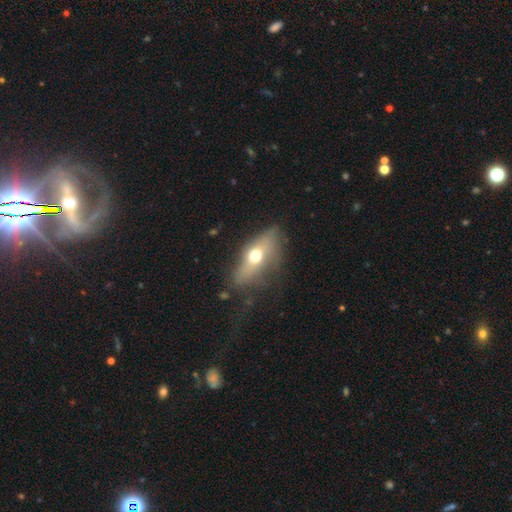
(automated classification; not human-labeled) smooth-or-featured: smooth: 54% | featured or disk: 36% | star or artifact: 10%
  how-rounded: in between: 70% | cigar-shaped: 19% | round: 11%
  merging: none: 54% | minor disturbance: 25% | major disturbance: 17% | merger: 3%